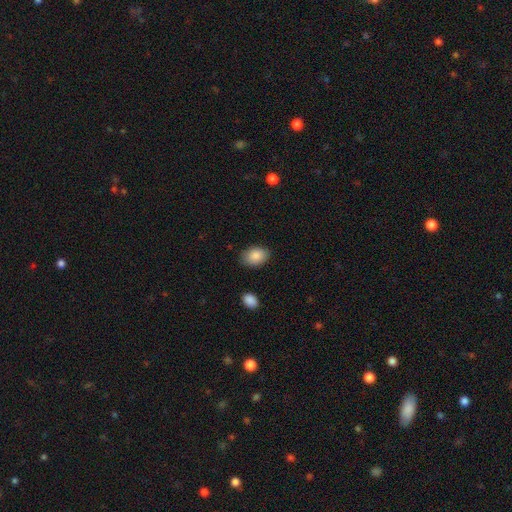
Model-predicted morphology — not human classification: smooth 88%, star or artifact 7%, featured or disk 5%. Down the decision tree: how rounded — in between (84%); merging — none (83%).